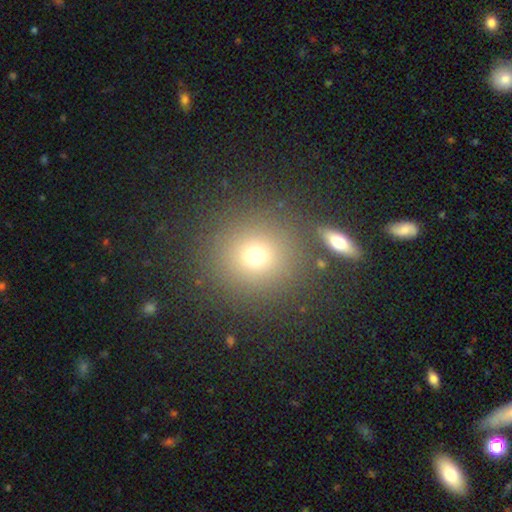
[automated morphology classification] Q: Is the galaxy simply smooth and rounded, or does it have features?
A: smooth — 71%.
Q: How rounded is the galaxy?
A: round — 90%.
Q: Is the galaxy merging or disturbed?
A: none — 81%.